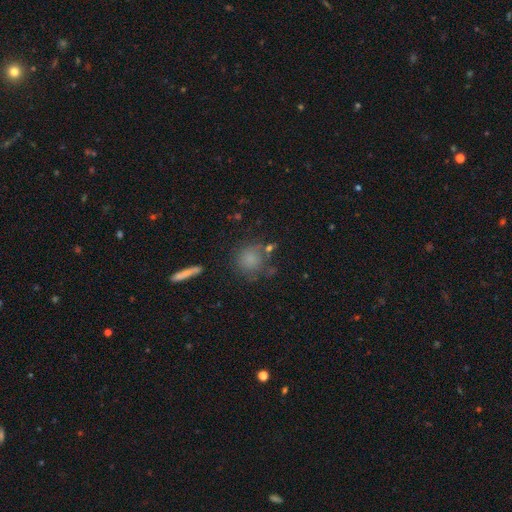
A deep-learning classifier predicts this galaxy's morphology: A smooth galaxy with no disk features (66%) that is round (89%). Merging: none (74%).